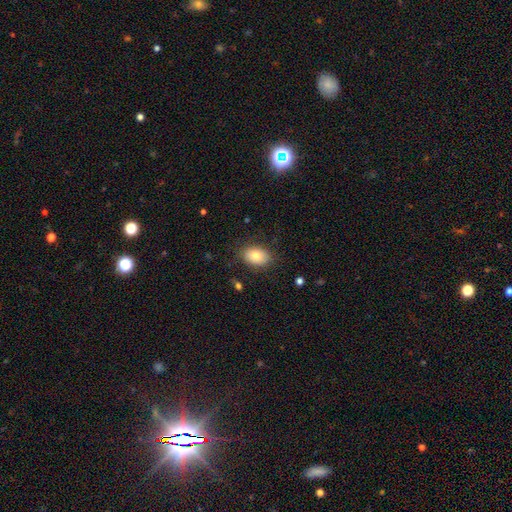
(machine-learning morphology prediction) Smooth or featured?
  - smooth: 80% *
  - featured or disk: 12%
  - star or artifact: 8%
How rounded?
  - in between: 84% *
  - round: 15%
  - cigar-shaped: 1%
Merging?
  - none: 82% *
  - minor disturbance: 13%
  - major disturbance: 4%
  - merger: 1%